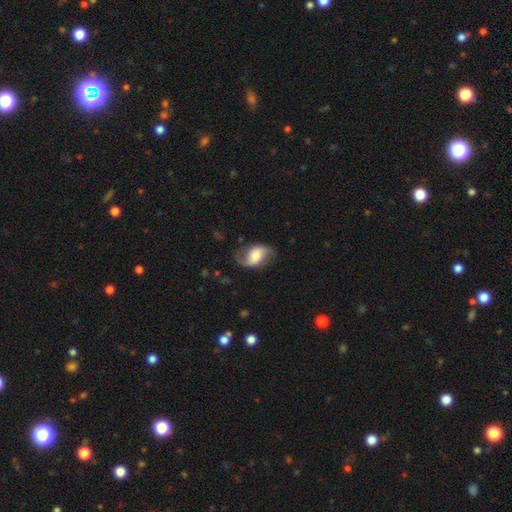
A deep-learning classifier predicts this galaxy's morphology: A featured or disk galaxy (67%) with no bar (48%), 2 (86%) loose (64%) spiral arms (91%) and a moderate central bulge (40%). Merging: none (67%).